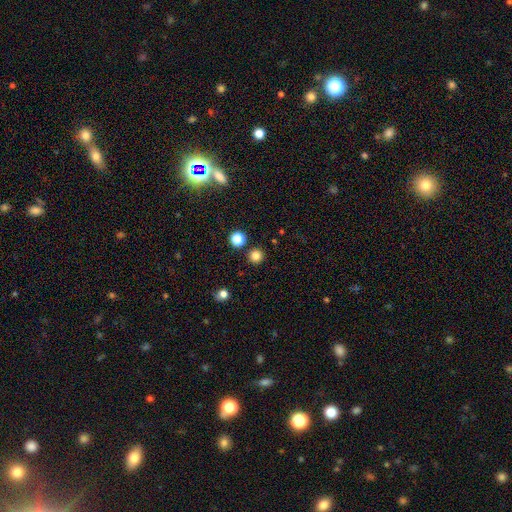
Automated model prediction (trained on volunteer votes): This is clearly a smooth galaxy (81%). How rounded: clearly round (95%). Merging: clearly none (90%).